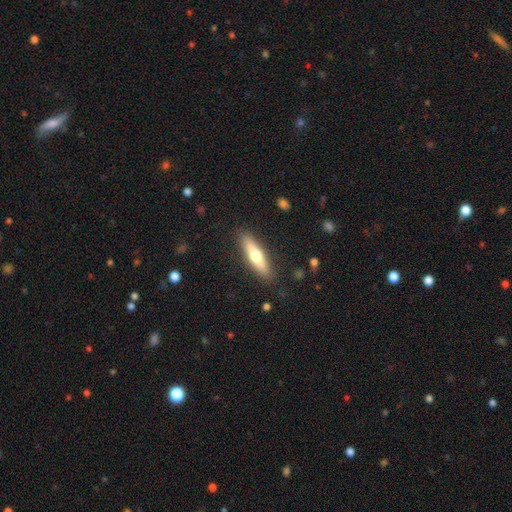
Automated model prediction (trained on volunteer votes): This appears to be a smooth galaxy with no disk features (56%) that is cigar-shaped (73%). Merging: none (88%).